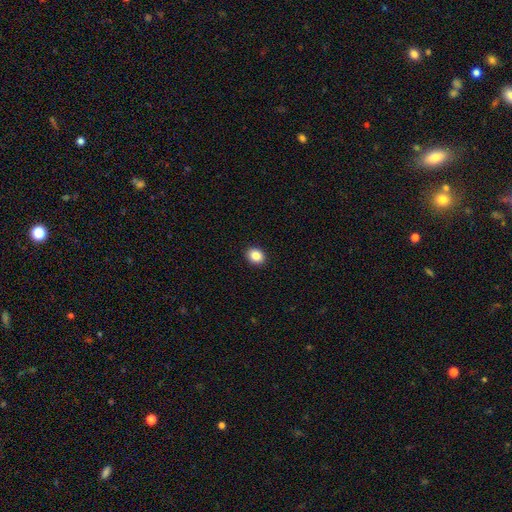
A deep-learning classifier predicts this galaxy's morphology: Smooth or featured?
  - smooth: 86% *
  - star or artifact: 9%
  - featured or disk: 4%
How rounded?
  - round: 55% *
  - in between: 44%
  - cigar-shaped: 1%
Merging?
  - none: 92% *
  - minor disturbance: 5%
  - major disturbance: 2%
  - merger: 1%